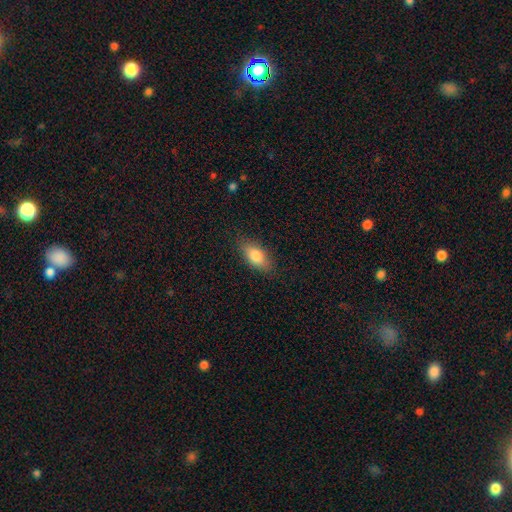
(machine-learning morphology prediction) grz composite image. It shows a smooth galaxy with no disk features (81%) that is in between round and cigar-shaped (86%). Merging: none (83%).